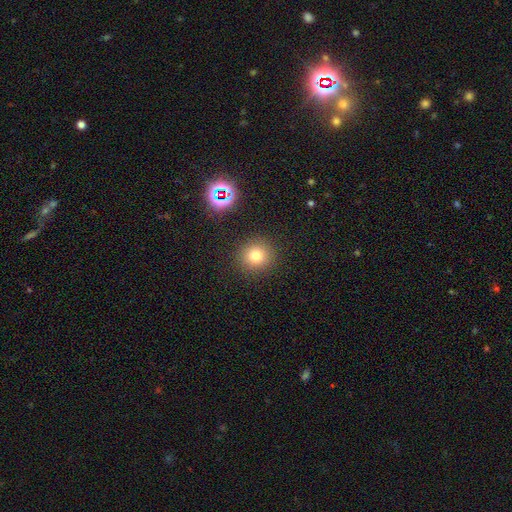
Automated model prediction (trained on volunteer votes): Morphology: type=smooth (75%); roundness=round (92%); merging=none (89%).